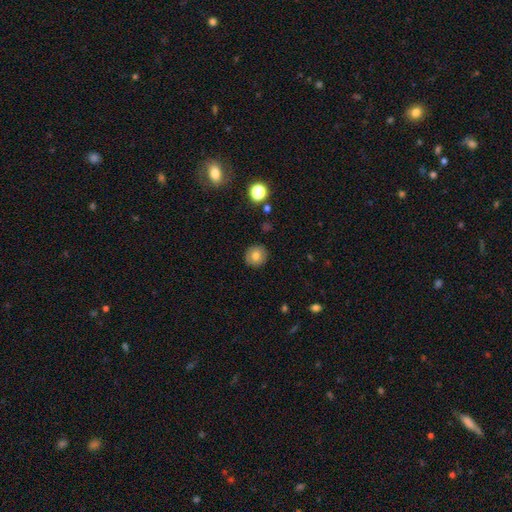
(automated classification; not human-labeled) Morphology: type=smooth (74%); roundness=round (89%); merging=none (89%).